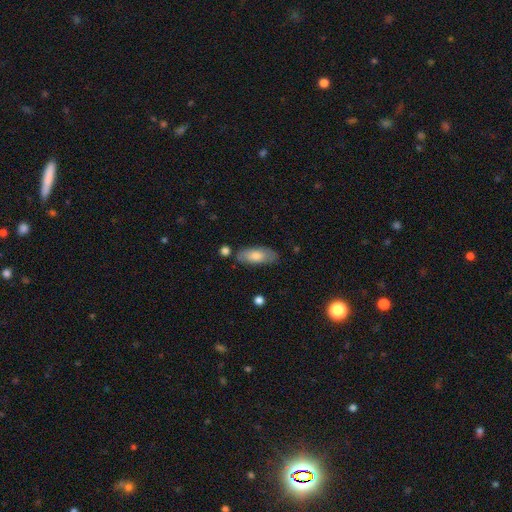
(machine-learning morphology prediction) Smooth or featured? smooth (70%)
How rounded? in between (82%)
Merging? none (74%)